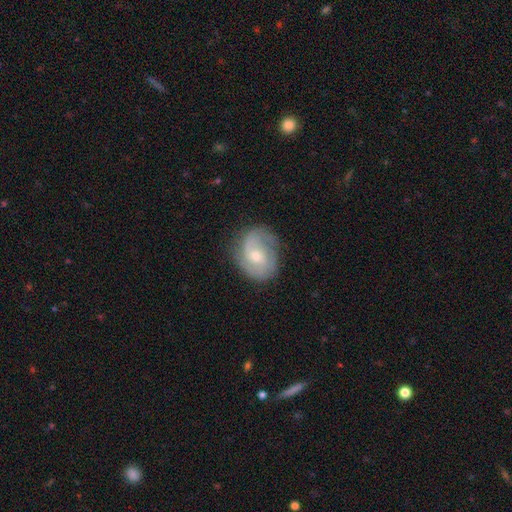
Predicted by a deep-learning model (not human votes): Overall: featured or disk (75%). Edge-on disk: no (97%). Bar: no (57%; weak 37%). Spiral arms: yes (92%). Spiral arm count: 2 (70%). Spiral winding: medium (44%; tight 37%). Bulge size: moderate (50%; small 46%). Merging: none (72%).